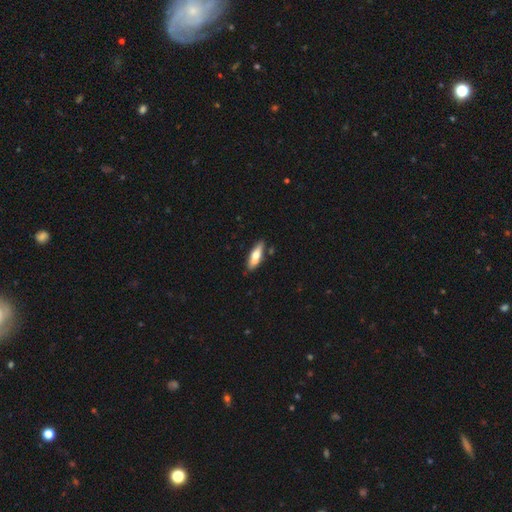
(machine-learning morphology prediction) smooth-or-featured: smooth: 62% | featured or disk: 32% | star or artifact: 6%
  how-rounded: cigar-shaped: 51% | in between: 47% | round: 2%
  merging: none: 78% | minor disturbance: 15% | merger: 5% | major disturbance: 3%